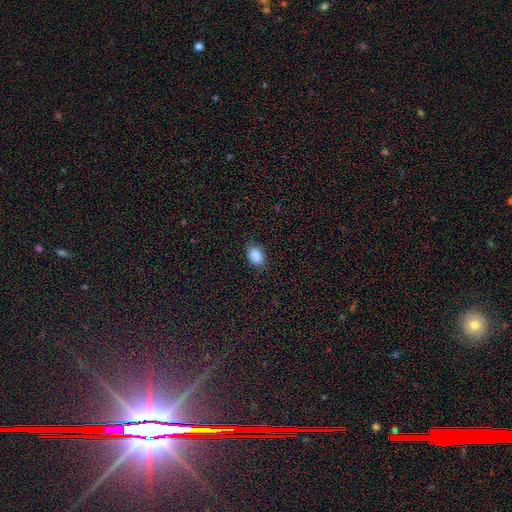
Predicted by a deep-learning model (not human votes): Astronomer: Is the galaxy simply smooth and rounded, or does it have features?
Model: smooth — 88%.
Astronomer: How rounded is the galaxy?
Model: in between — 86%.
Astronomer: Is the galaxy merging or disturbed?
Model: none — 85%.